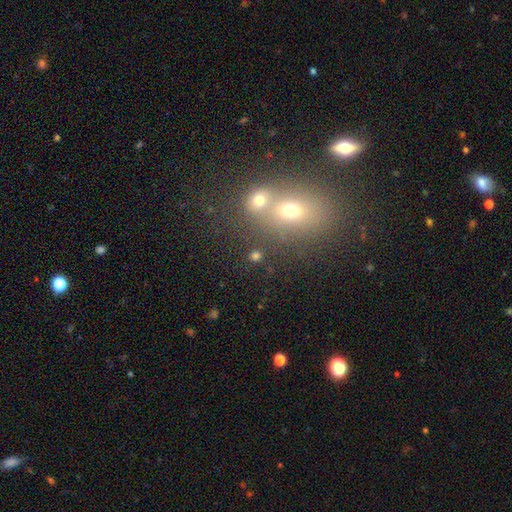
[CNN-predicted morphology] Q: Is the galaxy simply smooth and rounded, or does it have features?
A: smooth — 72%.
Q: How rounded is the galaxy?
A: round — 78%.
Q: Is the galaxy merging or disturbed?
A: none — 73%.